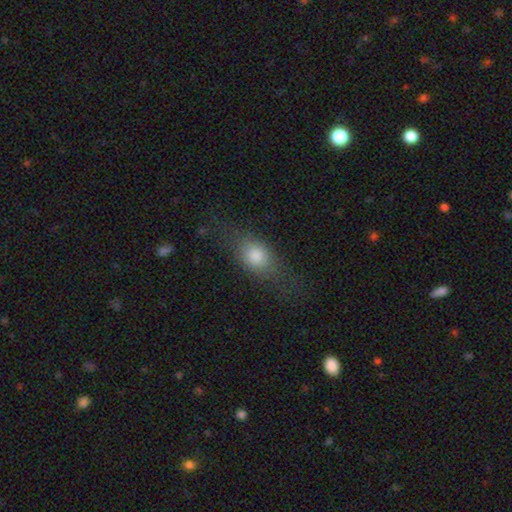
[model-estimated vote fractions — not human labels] smooth_or_featured: smooth (p=0.68) [alt: featured or disk p=0.22]
how_rounded: in between (p=0.61) [alt: round p=0.26]
merging: none (p=0.64) [alt: minor disturbance p=0.21]